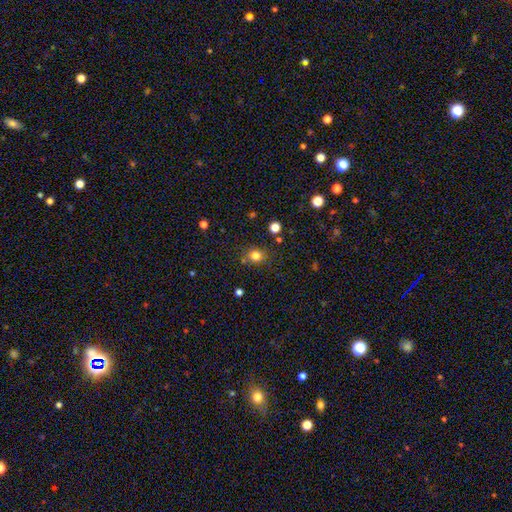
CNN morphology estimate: Overall: smooth (80%). How rounded: round (81%). Merging: none (78%).